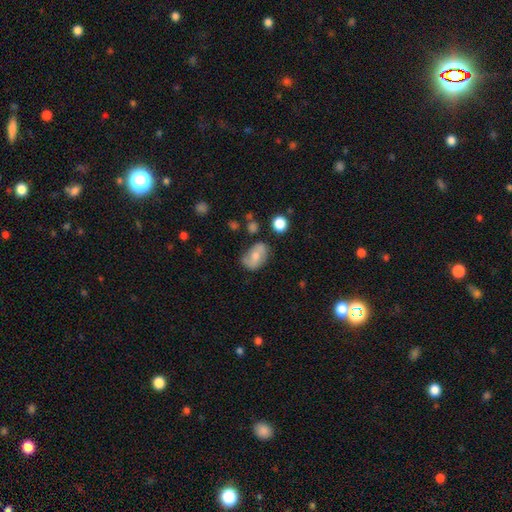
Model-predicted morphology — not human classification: This is possibly a smooth galaxy (50%). Merging: likely none (65%).